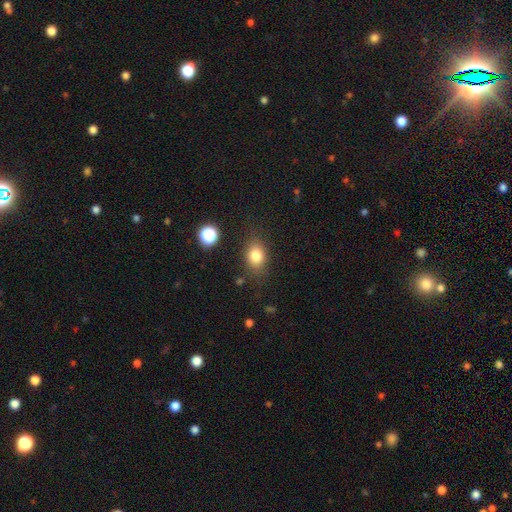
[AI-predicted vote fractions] smooth-or-featured: smooth: 81% | star or artifact: 11% | featured or disk: 8%
  how-rounded: in between: 67% | round: 31% | cigar-shaped: 2%
  merging: none: 79% | minor disturbance: 14% | major disturbance: 5% | merger: 2%